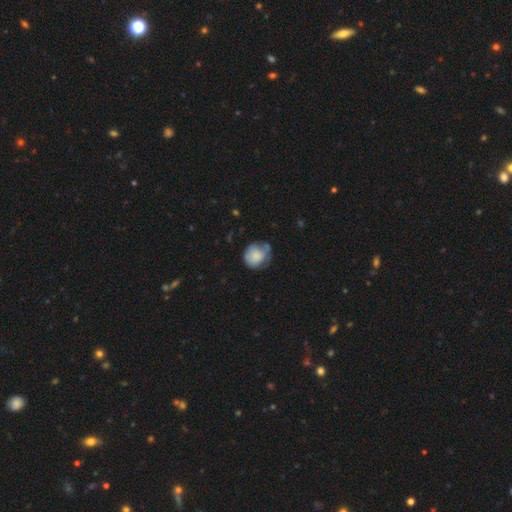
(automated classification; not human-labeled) smooth_or_featured: smooth (p=0.73) [alt: featured or disk p=0.20]
how_rounded: round (p=0.80) [alt: in between p=0.20]
merging: none (p=0.45) [alt: minor disturbance p=0.35]